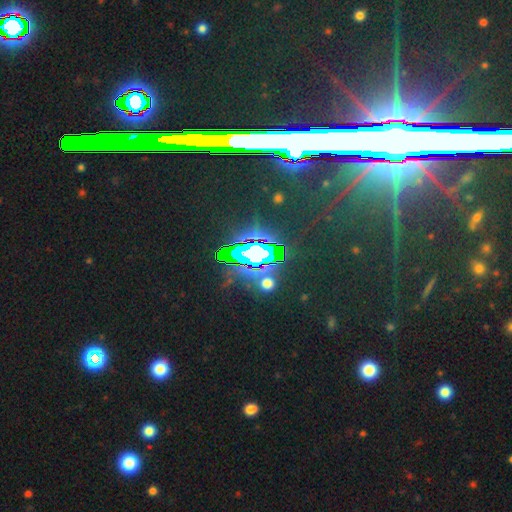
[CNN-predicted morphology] smooth_or_featured: star or artifact (p=0.74) [alt: smooth p=0.15]